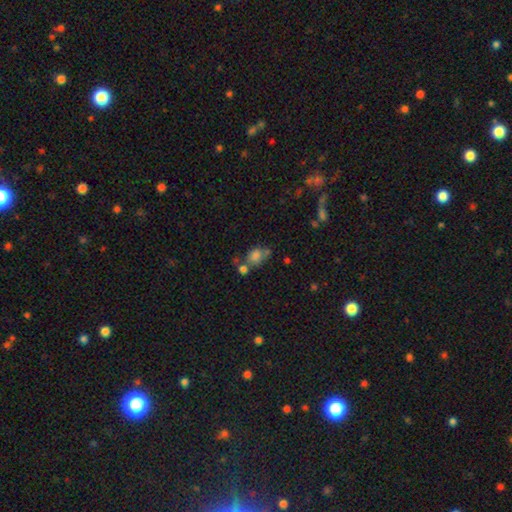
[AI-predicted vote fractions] Smooth or featured?
  - smooth: 77% *
  - star or artifact: 12%
  - featured or disk: 11%
How rounded?
  - in between: 53% *
  - round: 45%
  - cigar-shaped: 2%
Merging?
  - none: 40% *
  - merger: 36%
  - minor disturbance: 16%
  - major disturbance: 9%